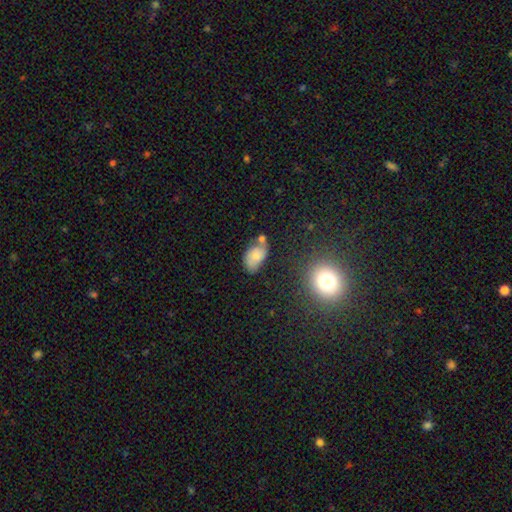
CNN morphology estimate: Smooth or featured? smooth (68%)
How rounded? in between (89%)
Merging? none (43%)